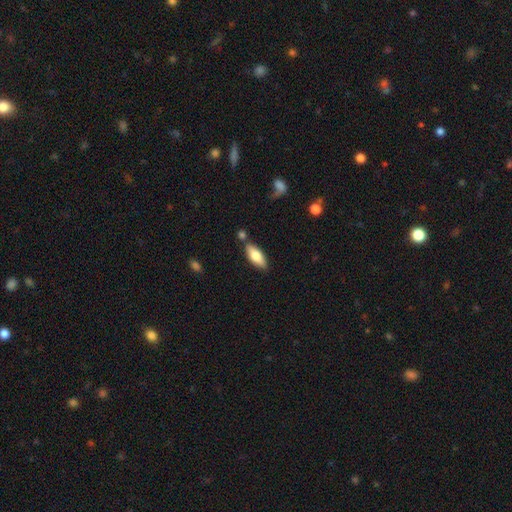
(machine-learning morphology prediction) This appears to be a smooth galaxy with no disk features (74%) that is in between round and cigar-shaped (76%). Merging: none (77%).